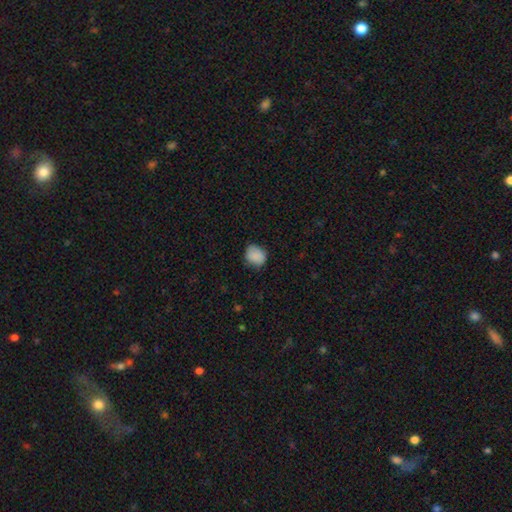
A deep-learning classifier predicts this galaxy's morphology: smooth_or_featured: smooth (p=0.87) [alt: star or artifact p=0.08]
how_rounded: round (p=0.61) [alt: in between p=0.38]
merging: none (p=0.75) [alt: minor disturbance p=0.20]